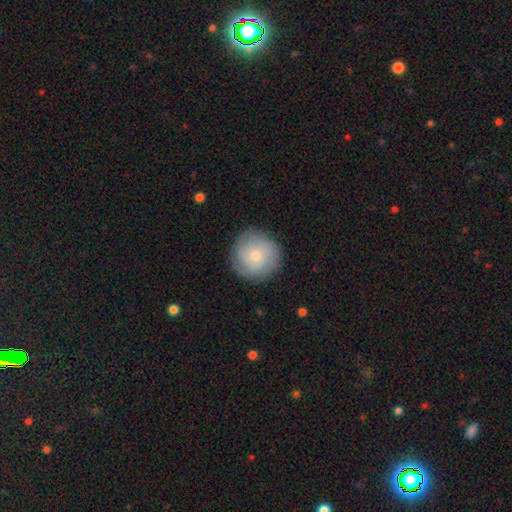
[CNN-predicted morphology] Smooth or featured? smooth (59%)
How rounded? round (94%)
Merging? none (85%)